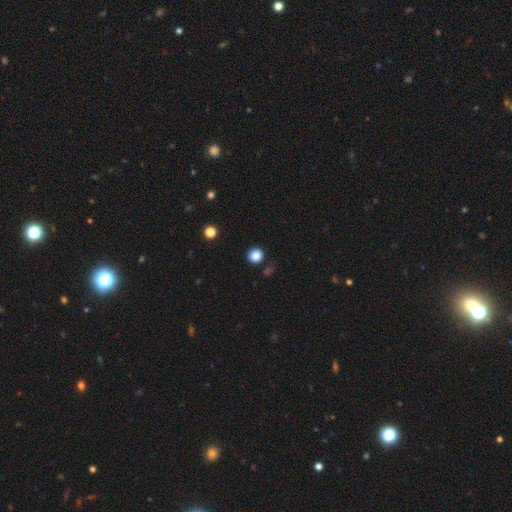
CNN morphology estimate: type=smooth (86%); roundness=round (91%); merging=none (89%).